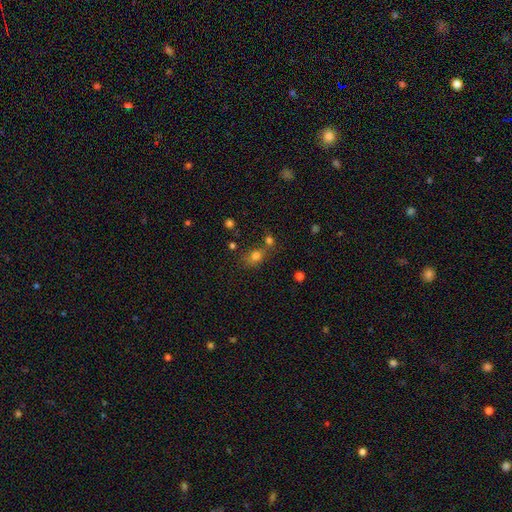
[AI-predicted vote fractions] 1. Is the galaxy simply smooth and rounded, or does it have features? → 75% smooth, 16% star or artifact, 9% featured or disk.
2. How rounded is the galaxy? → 53% in between, 45% round, 2% cigar-shaped.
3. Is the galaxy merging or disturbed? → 49% none, 30% merger, 14% minor disturbance, 7% major disturbance.